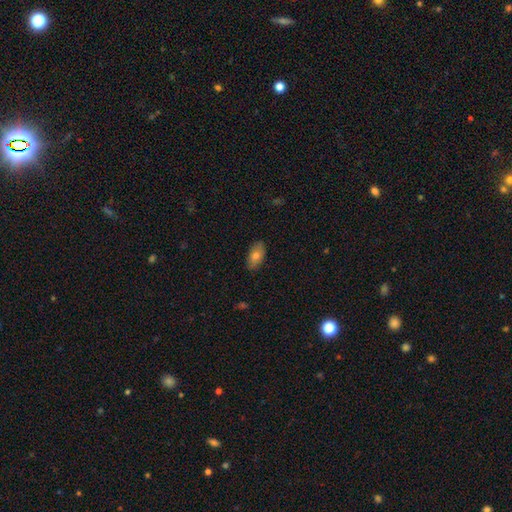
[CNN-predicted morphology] The model was most divided on "smooth or featured": smooth: 76%, featured or disk: 17%, star or artifact: 7%. More confident: how rounded — in between (92%); merging — none (85%).